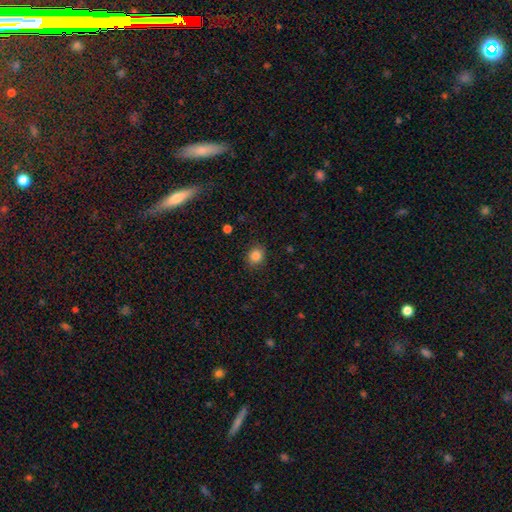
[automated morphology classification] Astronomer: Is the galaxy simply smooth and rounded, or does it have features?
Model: smooth — 86%.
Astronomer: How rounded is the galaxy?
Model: round — 74%.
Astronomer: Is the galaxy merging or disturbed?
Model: none — 87%.